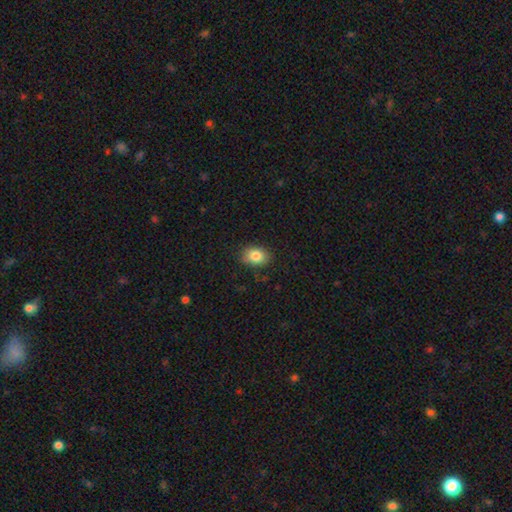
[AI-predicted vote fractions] Smooth or featured: smooth — 84% (star or artifact — 9%)
How rounded: in between — 70% (round — 29%)
Merging: none — 84% (minor disturbance — 12%)